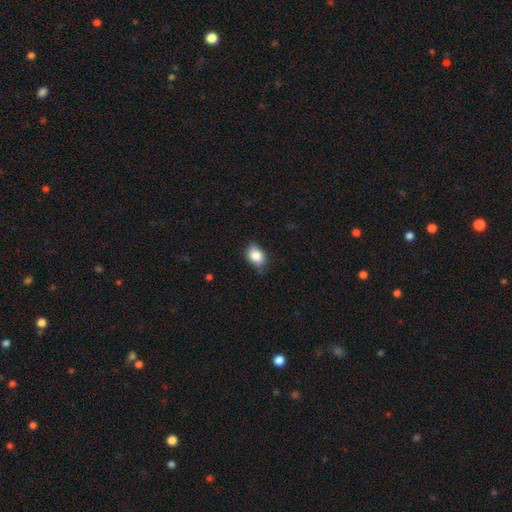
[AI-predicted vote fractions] A smooth galaxy with no disk features (84%) that is in between round and cigar-shaped (72%). Merging: none (68%).